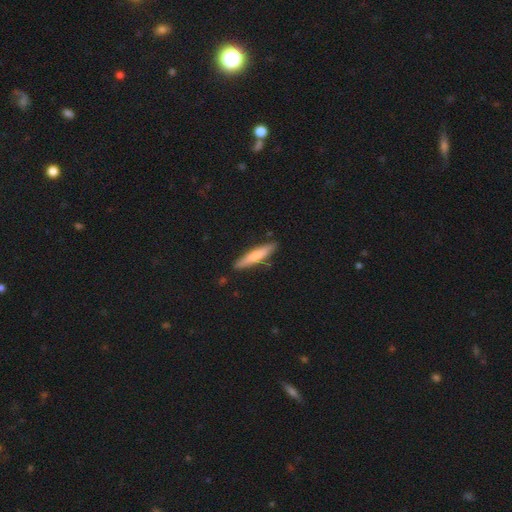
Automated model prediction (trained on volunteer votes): smooth_or_featured: smooth (p=0.65) [alt: featured or disk p=0.30]
how_rounded: cigar-shaped (p=0.87) [alt: in between p=0.11]
merging: none (p=0.86) [alt: minor disturbance p=0.10]